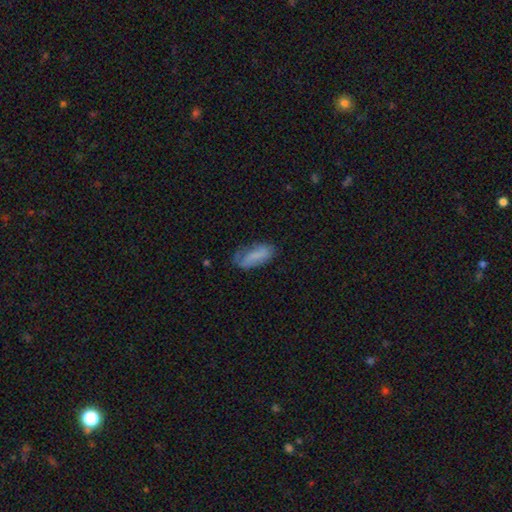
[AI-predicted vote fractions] Morphology: type=smooth (69%); roundness=in between (80%); merging=none (53%).